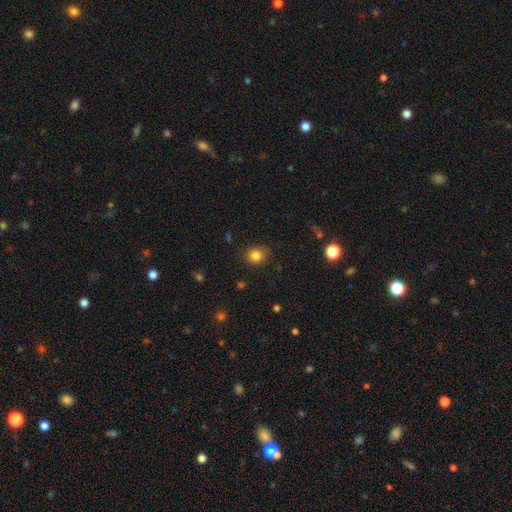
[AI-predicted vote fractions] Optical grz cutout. It shows a smooth galaxy with no disk features (83%) that is round (80%). Merging: none (84%).